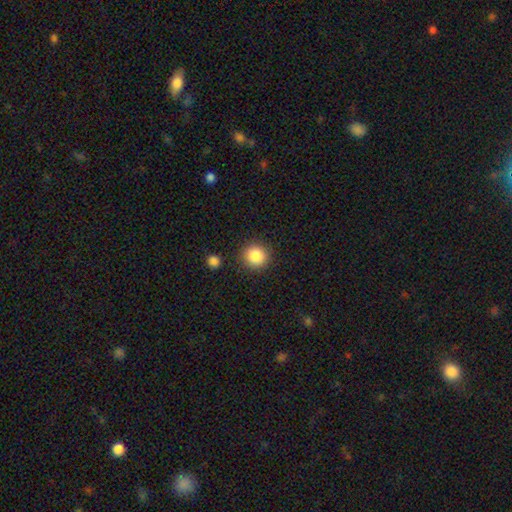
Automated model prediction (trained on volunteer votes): Morphology: type=smooth (85%); roundness=round (94%); merging=none (89%).